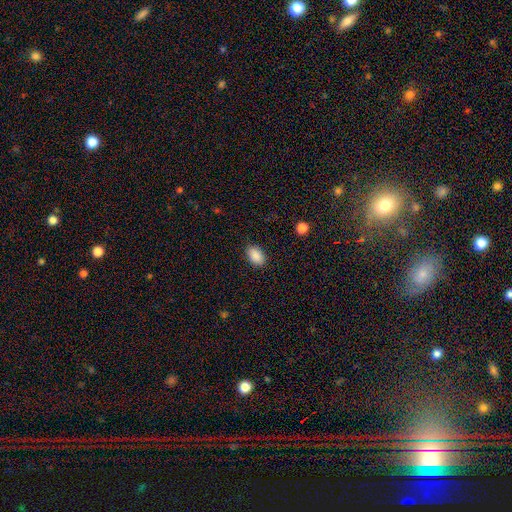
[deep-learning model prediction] Smooth or featured: smooth — 89% (star or artifact — 8%)
How rounded: in between — 89% (round — 10%)
Merging: none — 88% (minor disturbance — 9%)